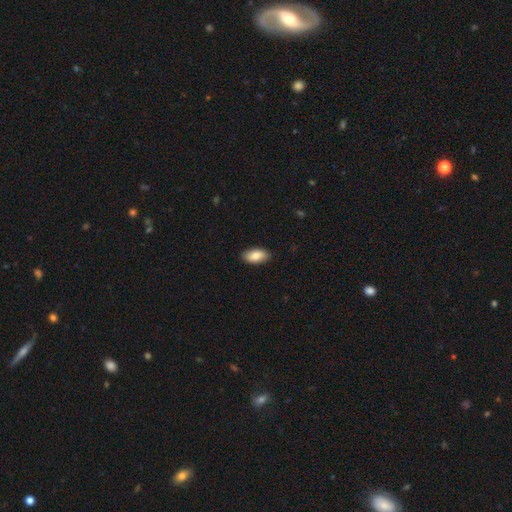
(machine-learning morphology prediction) Q: Smooth or featured?
A: smooth (85%); runner-up: featured or disk (9%)
Q: How rounded?
A: in between (93%); runner-up: cigar-shaped (4%)
Q: Merging?
A: none (89%); runner-up: minor disturbance (8%)